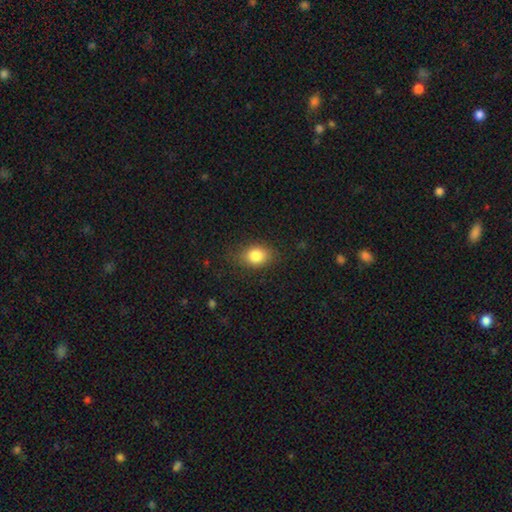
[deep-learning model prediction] Morphology: type=smooth (84%); roundness=in between (59%); merging=none (79%).